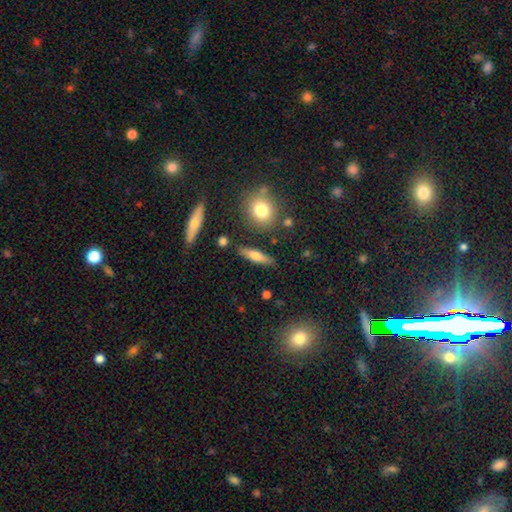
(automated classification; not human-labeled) A smooth galaxy with no disk features (59%) that is cigar-shaped (66%).

Vote fractions:
- Smooth or featured? smooth: 59% / featured or disk: 33% / star or artifact: 8%
- How rounded? cigar-shaped: 66% / in between: 30% / round: 4%
- Merging? none: 83% / minor disturbance: 10% / merger: 4% / major disturbance: 3%